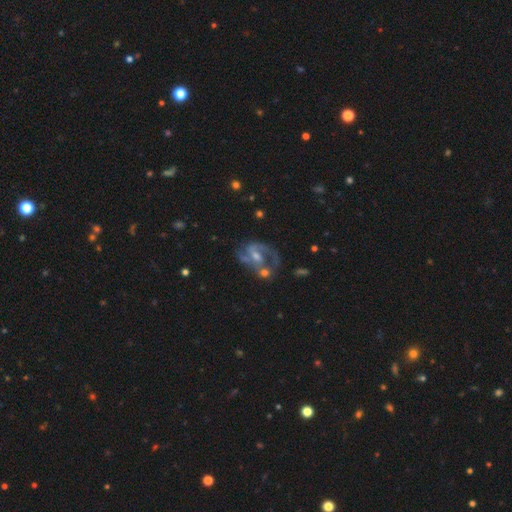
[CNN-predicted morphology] A featured or disk galaxy (82%) with a weak bar (50%), 2 (73%) medium (53%) spiral arms (90%) and a moderate central bulge (46%).

Vote fractions:
- Smooth or featured? featured or disk: 82% / smooth: 11% / star or artifact: 8%
- Edge-on disk? no: 97% / yes: 3%
- Bar? weak: 50% / no: 30% / strong: 19%
- Spiral arms? yes: 90% / no: 10%
- Spiral winding? medium: 53% / loose: 28% / tight: 19%
- Spiral arm count? 2: 73% / 1: 10% / can't tell: 9% / 3: 5% / 4: 2% / more than 4: 2%
- Bulge size? moderate: 46% / small: 41% / none: 8% / large: 4% / dominant: 1%
- Merging? none: 40% / merger: 24% / major disturbance: 19% / minor disturbance: 17%